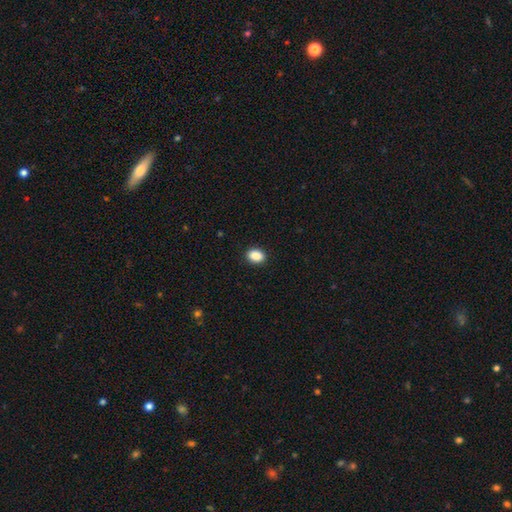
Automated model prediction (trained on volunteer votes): The model was most divided on "how rounded": in between: 75%, round: 24%, cigar-shaped: 1%. More confident: merging — none (91%); smooth or featured — smooth (89%).